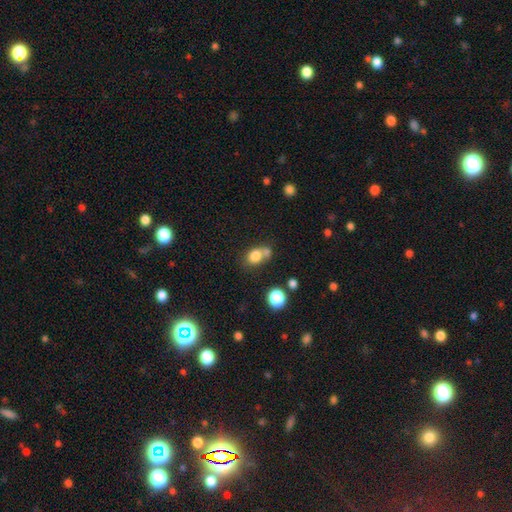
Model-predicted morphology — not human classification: The model was most divided on "how rounded": round: 52%, in between: 47%, cigar-shaped: 1%. Remaining: smooth or featured — smooth (79%); merging — none (43%).